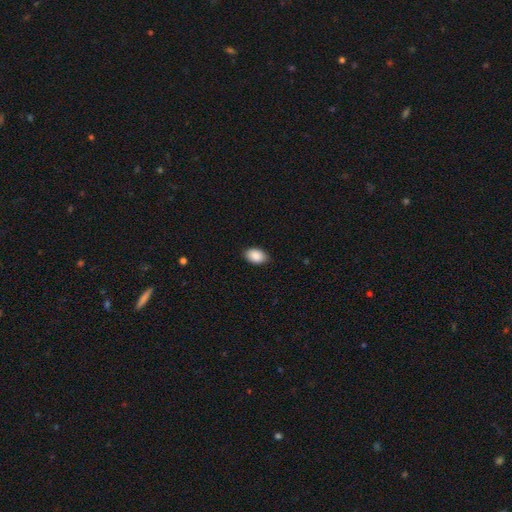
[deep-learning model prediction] smooth_or_featured: smooth (p=0.90) [alt: star or artifact p=0.07]
how_rounded: in between (p=0.89) [alt: round p=0.10]
merging: none (p=0.86) [alt: minor disturbance p=0.10]